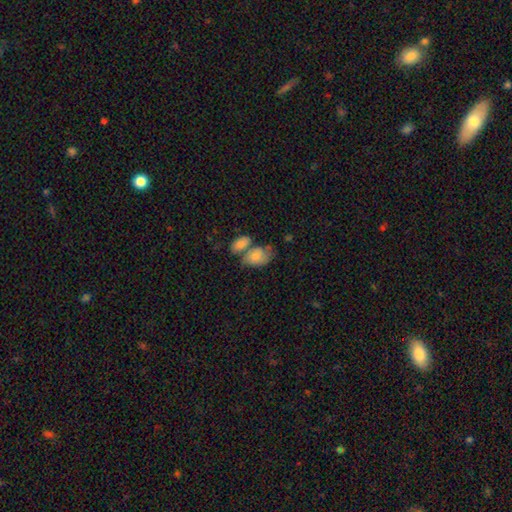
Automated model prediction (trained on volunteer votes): Smooth or featured? smooth (70%)
How rounded? in between (86%)
Merging? merger (47%)